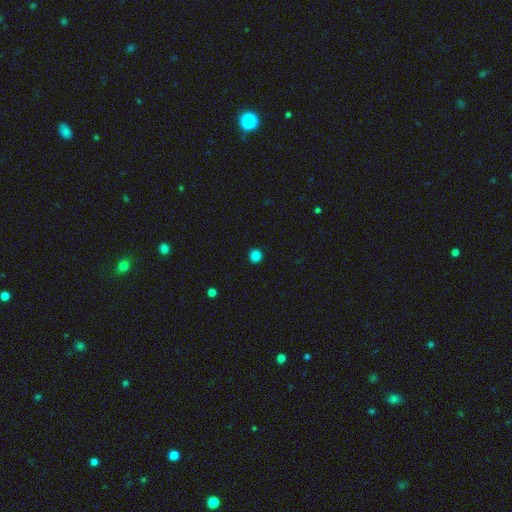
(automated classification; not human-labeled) Smooth or featured? smooth (85%)
How rounded? round (92%)
Merging? none (92%)